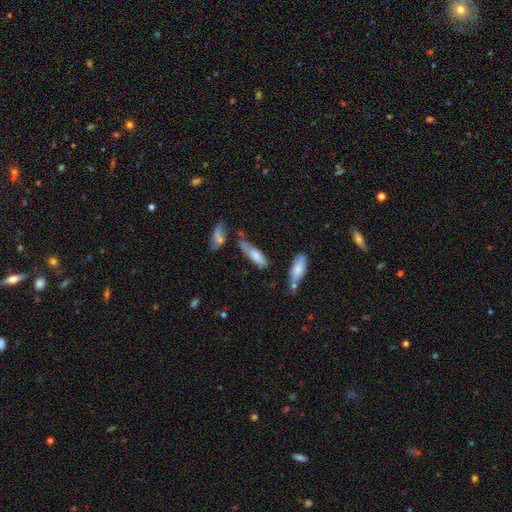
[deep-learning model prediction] This appears to be a smooth galaxy with no disk features (68%) that is cigar-shaped (53%). Merging: none (45%).